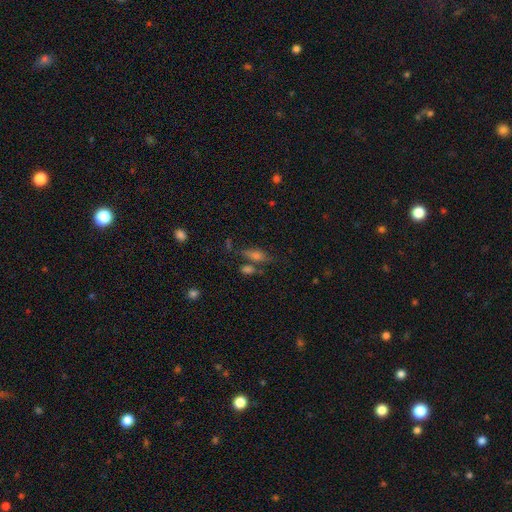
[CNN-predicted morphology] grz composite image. It shows a smooth galaxy with no disk features (52%) that is in between round and cigar-shaped (58%). Merging: none (56%).